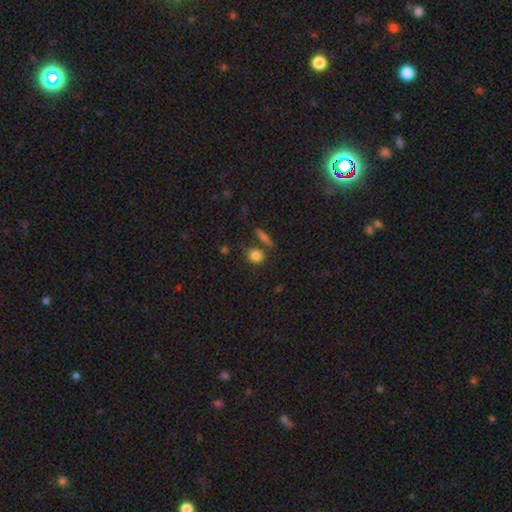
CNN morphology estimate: Smooth or featured? Predicted: smooth (p=0.82). How rounded? Predicted: round (p=0.64). Merging? Predicted: none (p=0.71).